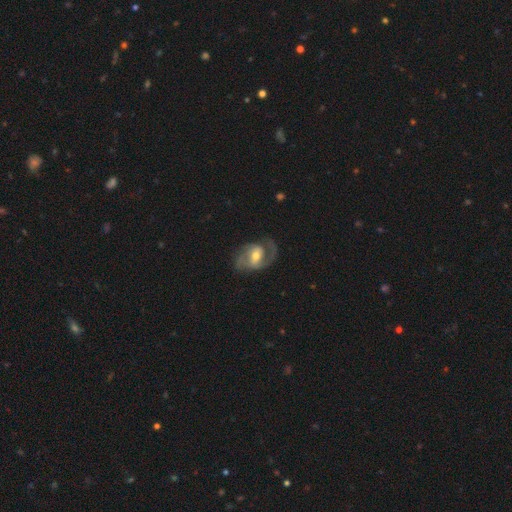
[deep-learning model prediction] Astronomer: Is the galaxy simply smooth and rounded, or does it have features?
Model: featured or disk — 84%.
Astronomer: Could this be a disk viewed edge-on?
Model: no — 97%.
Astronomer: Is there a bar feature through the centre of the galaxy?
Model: weak — 45% (runner-up: no, 30%).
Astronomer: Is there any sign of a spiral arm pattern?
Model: yes — 94%.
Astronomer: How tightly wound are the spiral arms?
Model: medium — 54%.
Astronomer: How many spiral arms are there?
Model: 2 — 80%.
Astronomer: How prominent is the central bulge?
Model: moderate — 66%.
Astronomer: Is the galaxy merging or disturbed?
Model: none — 69%.